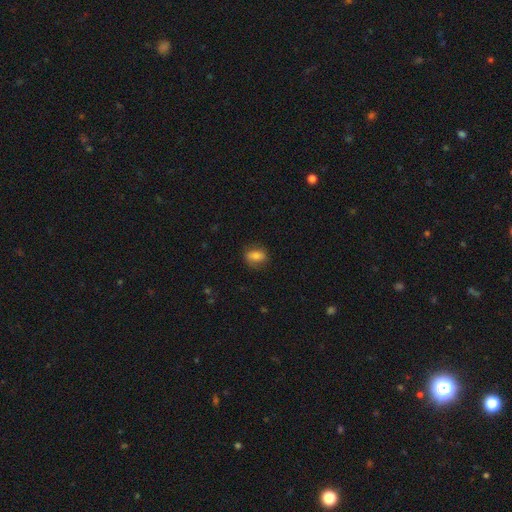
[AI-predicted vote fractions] A smooth galaxy with no disk features (79%) that is in between round and cigar-shaped (74%). Merging: none (78%).